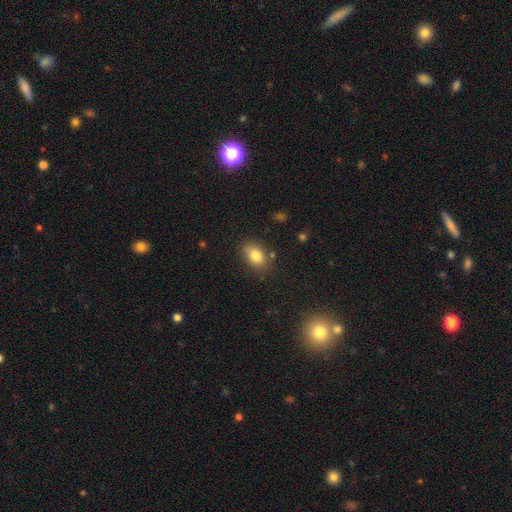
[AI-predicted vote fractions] smooth_or_featured: smooth (p=0.82) [alt: star or artifact p=0.09]
how_rounded: in between (p=0.80) [alt: round p=0.19]
merging: none (p=0.79) [alt: minor disturbance p=0.15]